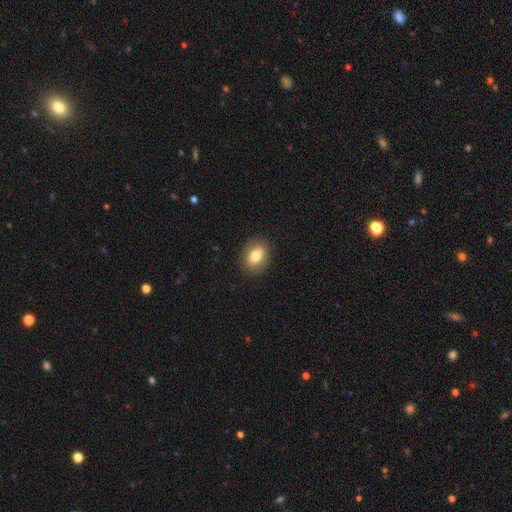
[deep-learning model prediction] The model was most divided on "how rounded": in between: 66%, round: 32%, cigar-shaped: 2%. More confident: merging — none (88%); smooth or featured — smooth (77%).